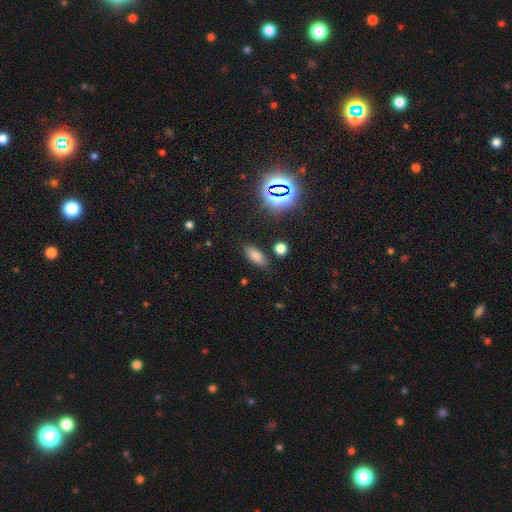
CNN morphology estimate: Smooth or featured?
  - smooth: 75% *
  - star or artifact: 16%
  - featured or disk: 9%
How rounded?
  - in between: 83% *
  - cigar-shaped: 13%
  - round: 5%
Merging?
  - none: 83% *
  - minor disturbance: 11%
  - major disturbance: 3%
  - merger: 3%